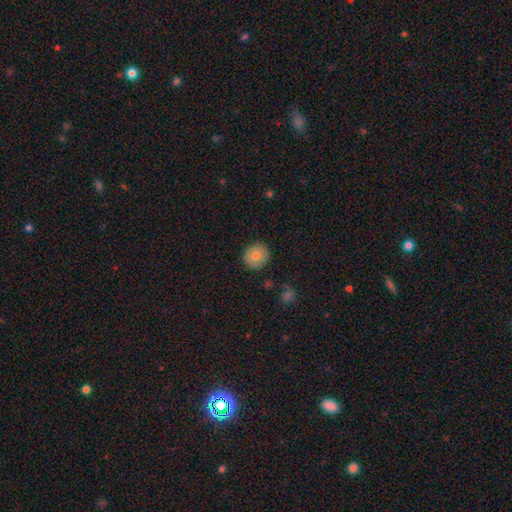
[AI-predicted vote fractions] Overall: smooth (80%). How rounded: round (86%). Merging: none (89%).